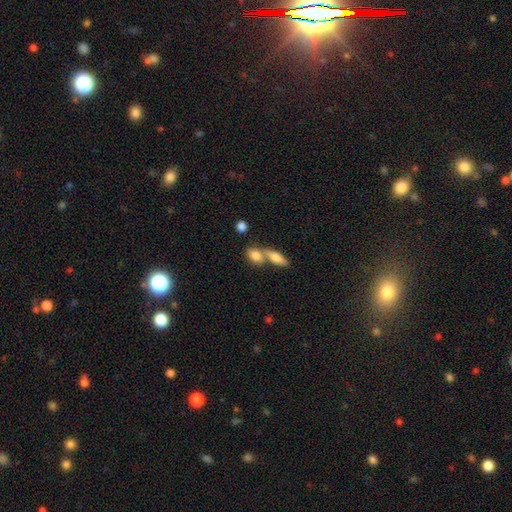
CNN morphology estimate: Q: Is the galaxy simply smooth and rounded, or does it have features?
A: smooth — 79%.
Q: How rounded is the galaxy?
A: in between — 77%.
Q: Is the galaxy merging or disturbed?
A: merger — 54%.